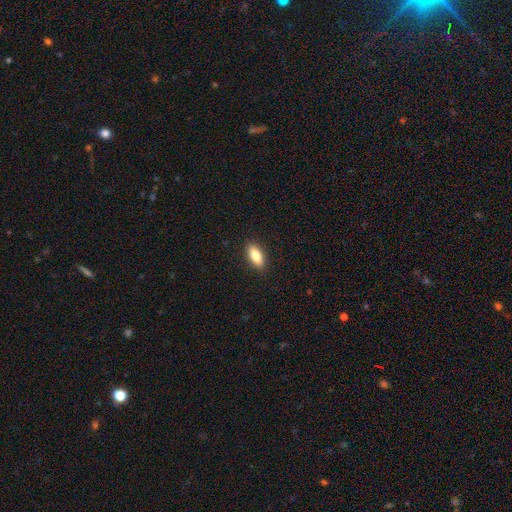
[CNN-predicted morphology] smooth 86%, featured or disk 7%, star or artifact 6%. Down the decision tree: how rounded — in between (85%); merging — none (89%).